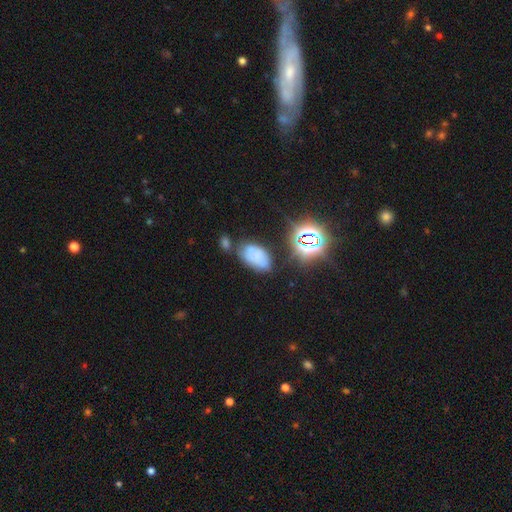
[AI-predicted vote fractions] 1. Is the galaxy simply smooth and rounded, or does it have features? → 64% smooth, 22% star or artifact, 14% featured or disk.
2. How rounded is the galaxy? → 93% in between, 6% round, 2% cigar-shaped.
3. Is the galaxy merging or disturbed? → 57% none, 24% minor disturbance, 10% merger, 9% major disturbance.